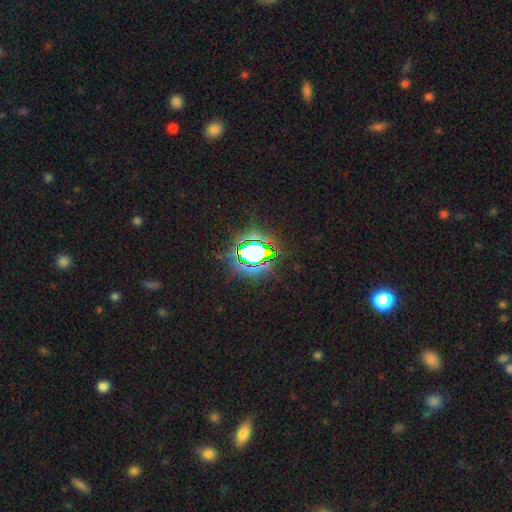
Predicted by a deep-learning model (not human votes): The model was most divided on "smooth or featured": star or artifact: 73%, smooth: 16%, featured or disk: 11%.